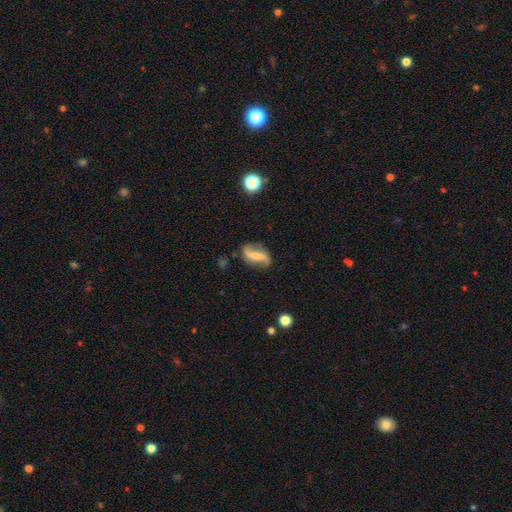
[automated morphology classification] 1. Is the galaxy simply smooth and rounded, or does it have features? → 74% featured or disk, 19% smooth, 7% star or artifact.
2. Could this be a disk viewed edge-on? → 94% no, 6% yes.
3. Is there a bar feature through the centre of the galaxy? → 42% strong, 32% weak, 27% no.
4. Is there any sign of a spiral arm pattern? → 92% yes, 8% no.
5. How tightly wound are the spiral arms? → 79% loose, 16% medium, 5% tight.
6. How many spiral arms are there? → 91% 2, 3% 1, 3% can't tell, 1% 3, 1% 4, 1% more than 4.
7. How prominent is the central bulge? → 37% none, 33% small, 22% moderate, 6% large, 2% dominant.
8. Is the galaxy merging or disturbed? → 76% none, 16% minor disturbance, 6% major disturbance, 2% merger.